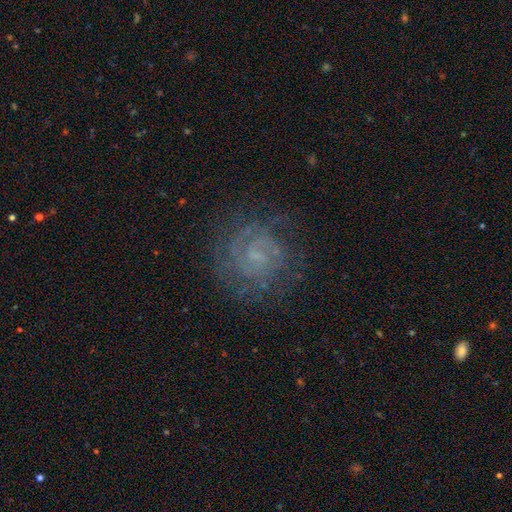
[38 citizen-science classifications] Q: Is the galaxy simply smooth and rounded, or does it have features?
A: featured or disk — 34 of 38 (89%).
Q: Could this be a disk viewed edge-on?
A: no — 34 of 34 (100%).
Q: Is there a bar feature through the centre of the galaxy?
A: weak — 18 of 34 (53%).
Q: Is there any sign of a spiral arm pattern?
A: yes — 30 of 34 (88%).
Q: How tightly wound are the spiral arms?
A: tight — 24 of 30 (80%).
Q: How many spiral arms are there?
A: can't tell — 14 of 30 (47%).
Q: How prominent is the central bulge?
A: small — 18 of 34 (53%).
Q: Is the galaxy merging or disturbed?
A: none — 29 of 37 (78%).